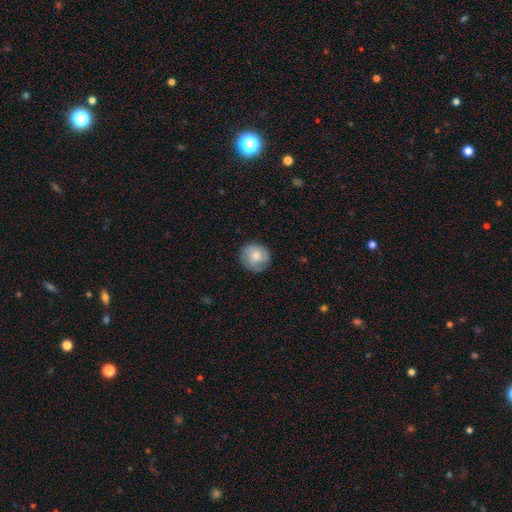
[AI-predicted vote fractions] smooth-or-featured: smooth: 66% | featured or disk: 27% | star or artifact: 7%
  how-rounded: round: 89% | in between: 10% | cigar-shaped: 1%
  merging: none: 81% | minor disturbance: 14% | major disturbance: 4% | merger: 1%